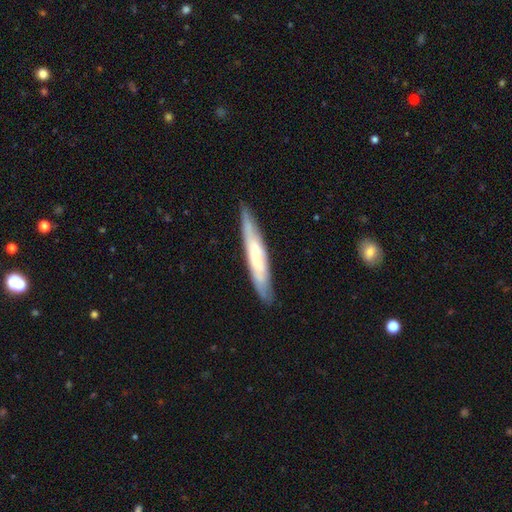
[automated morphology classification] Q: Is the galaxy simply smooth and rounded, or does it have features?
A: smooth — 47%, tied with featured or disk.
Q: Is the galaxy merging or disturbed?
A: none — 84%.